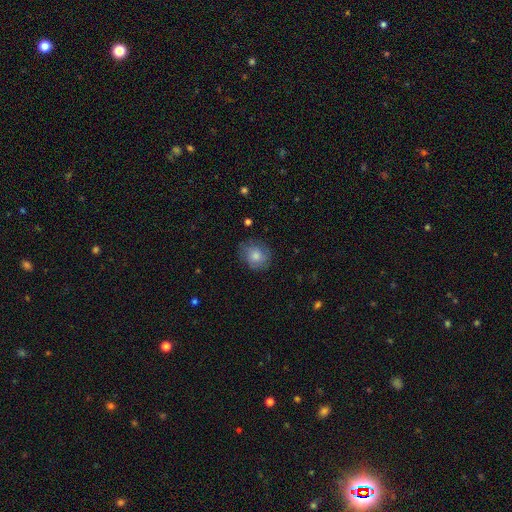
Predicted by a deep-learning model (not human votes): A smooth galaxy with no disk features (76%) that is round (74%).

Vote fractions:
- Smooth or featured? smooth: 76% / featured or disk: 16% / star or artifact: 8%
- How rounded? round: 74% / in between: 25% / cigar-shaped: 1%
- Merging? none: 73% / minor disturbance: 20% / major disturbance: 6% / merger: 1%